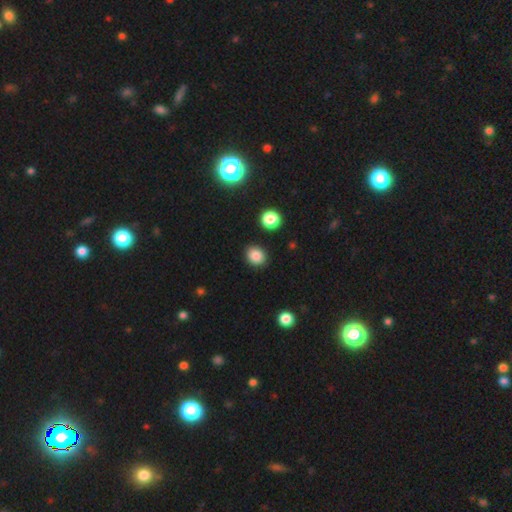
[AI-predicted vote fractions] This appears to be a smooth galaxy with no disk features (84%) that is round (68%). Merging: none (88%).